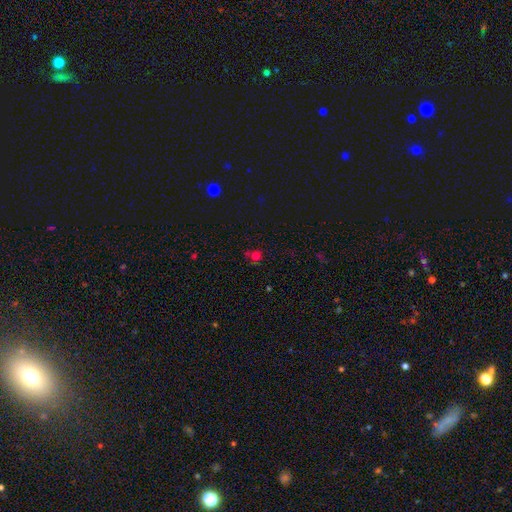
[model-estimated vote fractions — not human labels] smooth-or-featured: smooth: 59% | star or artifact: 32% | featured or disk: 10%
  how-rounded: round: 85% | in between: 14% | cigar-shaped: 1%
  merging: none: 63% | merger: 15% | minor disturbance: 14% | major disturbance: 7%